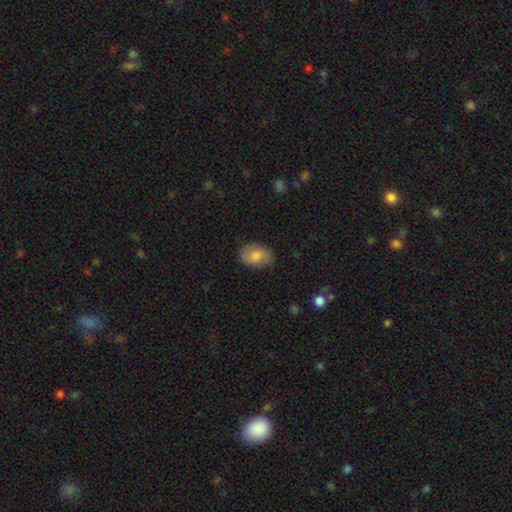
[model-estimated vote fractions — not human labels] This is likely a smooth galaxy (76%). How rounded: clearly in between (83%). Merging: clearly none (81%).